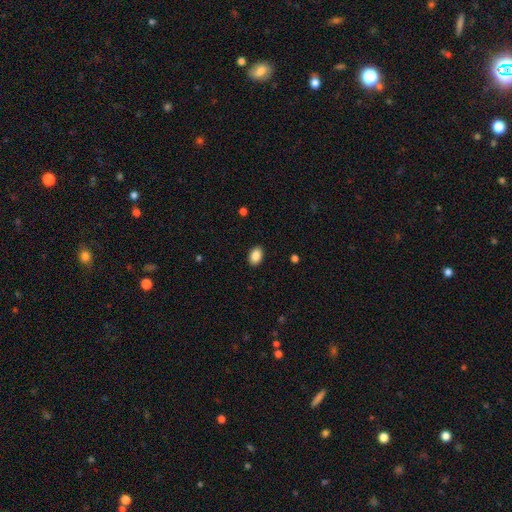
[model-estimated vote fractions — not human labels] Q: Smooth or featured?
A: smooth (89%); runner-up: star or artifact (8%)
Q: How rounded?
A: in between (87%); runner-up: round (12%)
Q: Merging?
A: none (90%); runner-up: minor disturbance (7%)